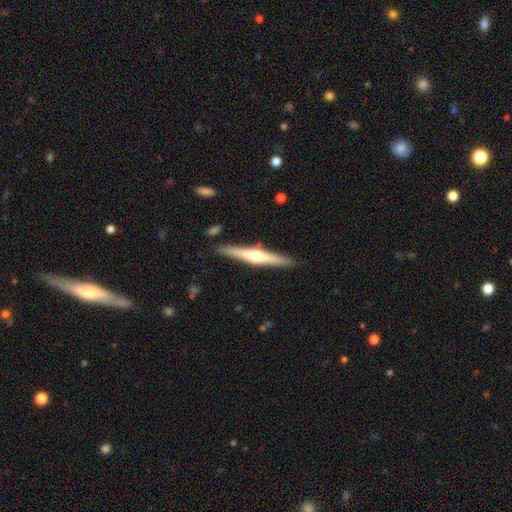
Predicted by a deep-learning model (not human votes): Morphology: type=featured or disk (66%); edge-on=yes (97%); edge-on bulge=rounded (88%); merging=none (89%).